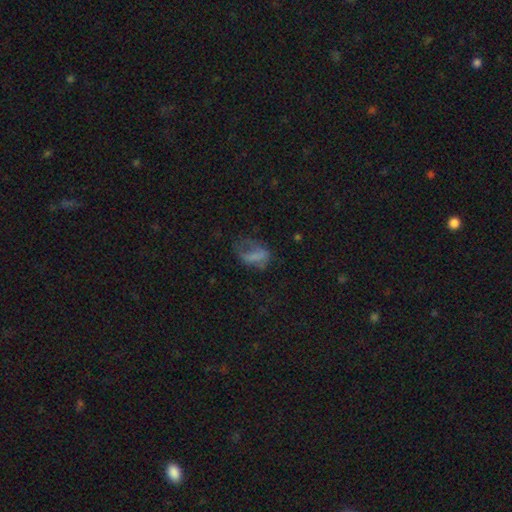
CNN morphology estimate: This is possibly a smooth galaxy (57%). How rounded: likely in between (79%). Merging: marginally major disturbance (43%).